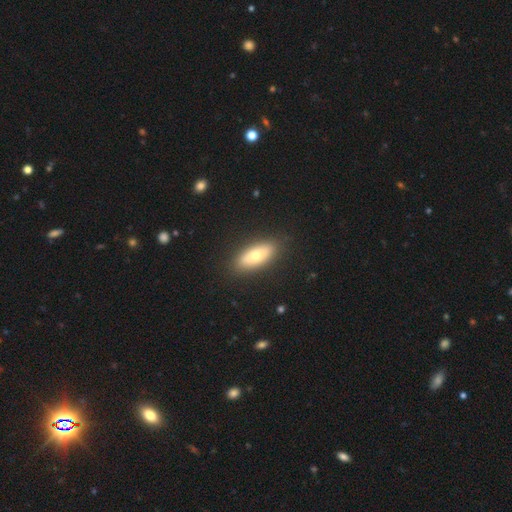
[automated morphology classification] smooth 67%, featured or disk 27%, star or artifact 6%. Down the decision tree: how rounded — in between (77%); merging — none (88%).